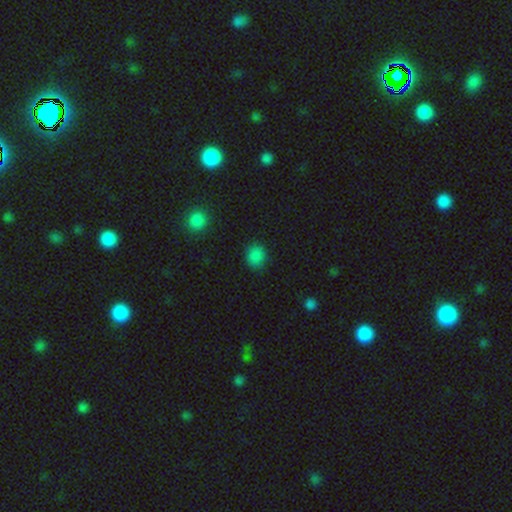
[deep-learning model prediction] Q: Smooth or featured?
A: smooth (84%); runner-up: star or artifact (13%)
Q: How rounded?
A: round (75%); runner-up: in between (24%)
Q: Merging?
A: none (85%); runner-up: minor disturbance (11%)